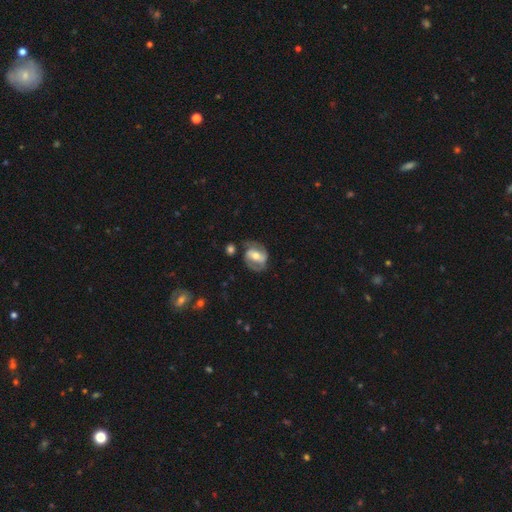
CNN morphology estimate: Q: Smooth or featured?
A: featured or disk (70%); runner-up: smooth (24%)
Q: Edge-on disk?
A: no (95%); runner-up: yes (5%)
Q: Bar?
A: strong (42%); runner-up: weak (35%)
Q: Spiral arms?
A: yes (75%); runner-up: no (25%)
Q: Spiral winding?
A: medium (46%); runner-up: tight (34%)
Q: Spiral arm count?
A: 2 (81%); runner-up: can't tell (11%)
Q: Bulge size?
A: moderate (69%); runner-up: small (21%)
Q: Merging?
A: none (64%); runner-up: minor disturbance (21%)